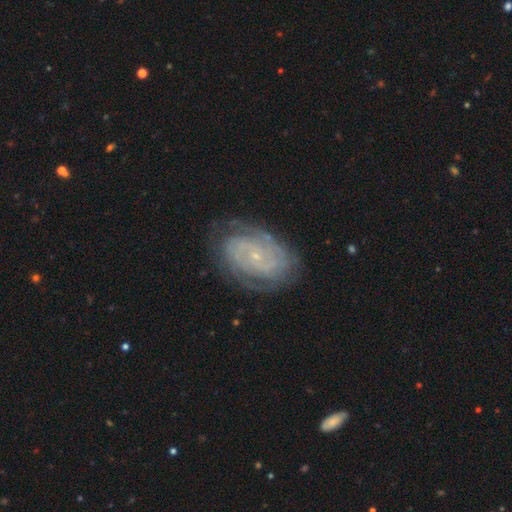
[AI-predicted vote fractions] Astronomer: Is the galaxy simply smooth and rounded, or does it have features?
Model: featured or disk — 83%.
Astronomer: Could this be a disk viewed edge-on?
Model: no — 97%.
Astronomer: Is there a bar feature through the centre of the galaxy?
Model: no — 75%.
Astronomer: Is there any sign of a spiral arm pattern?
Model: yes — 94%.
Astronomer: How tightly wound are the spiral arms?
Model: tight — 73%.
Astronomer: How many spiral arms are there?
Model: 2 — 34% (runner-up: can't tell, 32%).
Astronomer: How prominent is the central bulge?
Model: small — 86%.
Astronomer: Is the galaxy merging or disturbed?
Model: none — 76%.